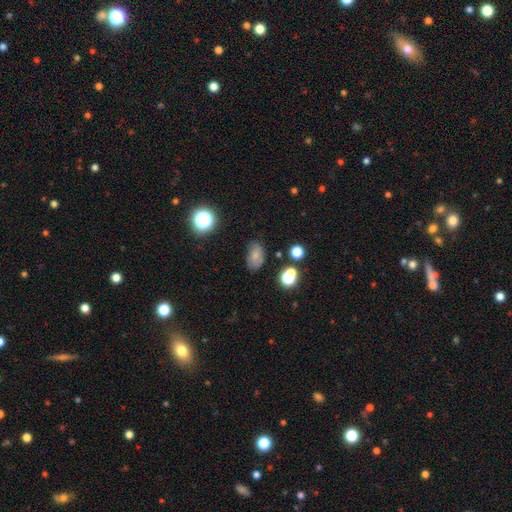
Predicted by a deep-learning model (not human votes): Smooth or featured: smooth — 71% (star or artifact — 14%)
How rounded: in between — 86% (round — 12%)
Merging: none — 72% (minor disturbance — 19%)